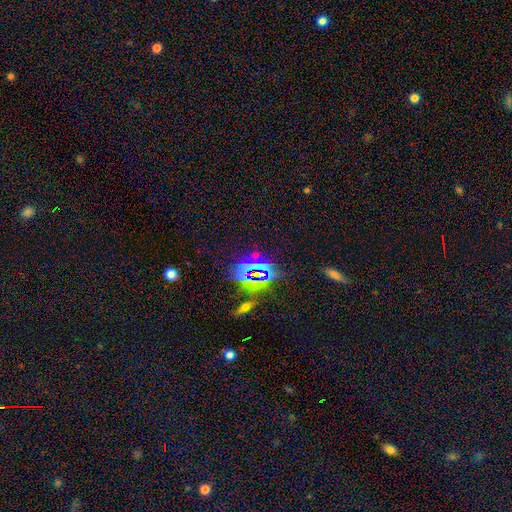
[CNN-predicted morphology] smooth-or-featured: star or artifact: 75% | smooth: 16% | featured or disk: 9%